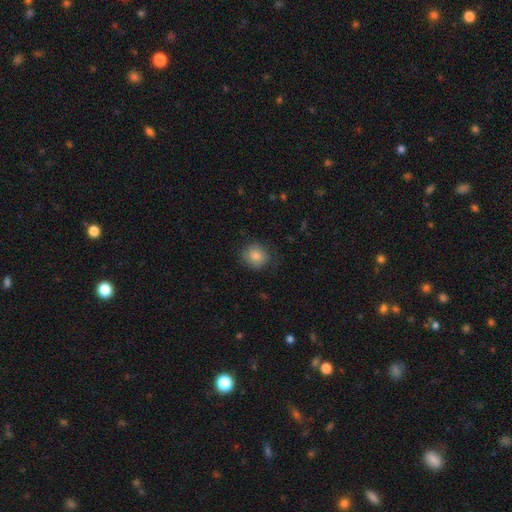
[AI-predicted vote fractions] A smooth galaxy with no disk features (81%) that is round (84%).

Vote fractions:
- Smooth or featured? smooth: 81% / featured or disk: 10% / star or artifact: 9%
- How rounded? round: 84% / in between: 15% / cigar-shaped: 1%
- Merging? none: 77% / minor disturbance: 17% / major disturbance: 5% / merger: 1%